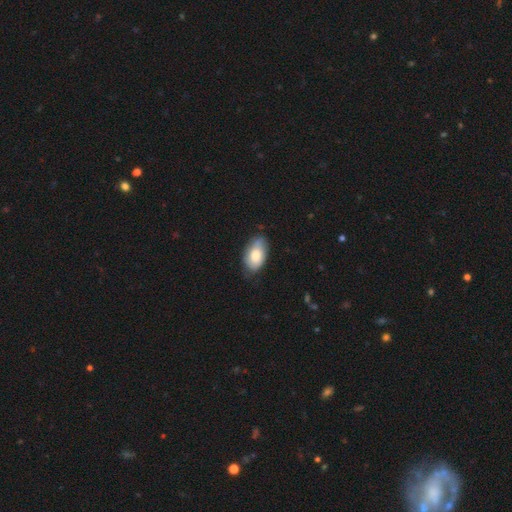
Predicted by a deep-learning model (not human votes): The model was most divided on "merging": none: 63%, minor disturbance: 29%, major disturbance: 6%, merger: 2%. More confident: how rounded — in between (93%); smooth or featured — smooth (73%).